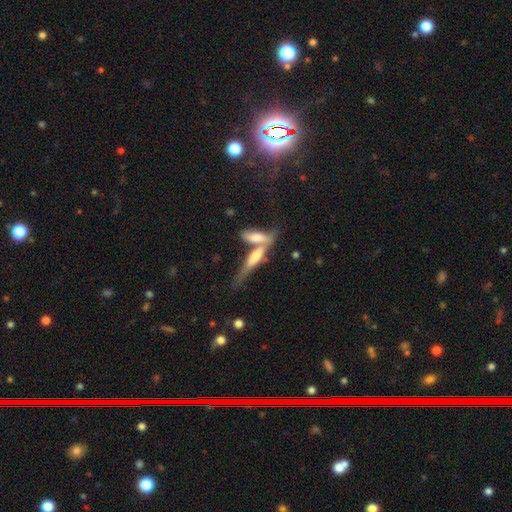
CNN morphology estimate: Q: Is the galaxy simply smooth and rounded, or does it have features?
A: featured or disk — 50%.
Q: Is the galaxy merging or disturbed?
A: merger — 46%.